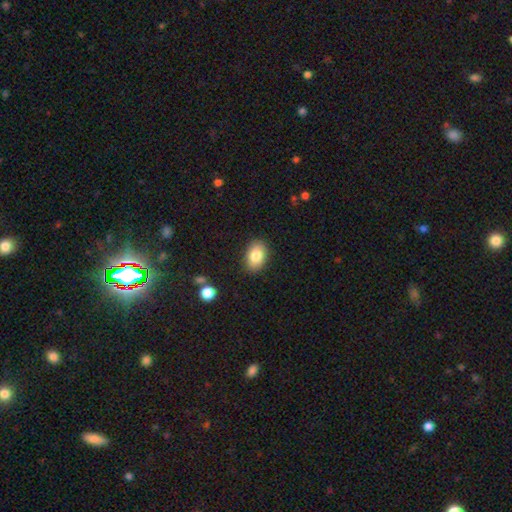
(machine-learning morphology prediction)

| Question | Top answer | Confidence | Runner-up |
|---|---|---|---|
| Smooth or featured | smooth | 83% | featured or disk (9%) |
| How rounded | in between | 86% | round (13%) |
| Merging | none | 87% | minor disturbance (9%) |